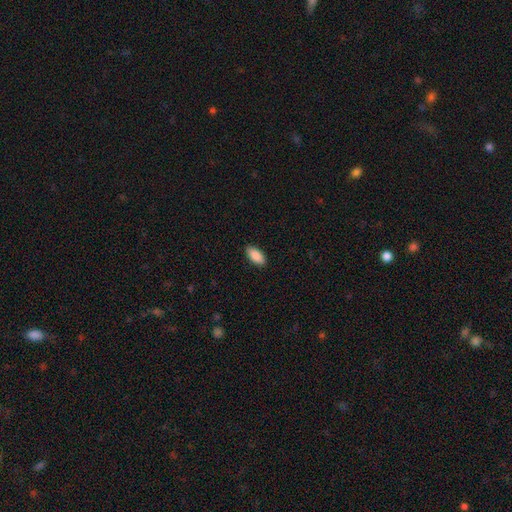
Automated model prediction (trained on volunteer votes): A smooth galaxy with no disk features (90%) that is in between round and cigar-shaped (92%).

Vote fractions:
- Smooth or featured? smooth: 90% / star or artifact: 6% / featured or disk: 4%
- How rounded? in between: 92% / cigar-shaped: 6% / round: 2%
- Merging? none: 89% / minor disturbance: 8% / major disturbance: 2% / merger: 1%